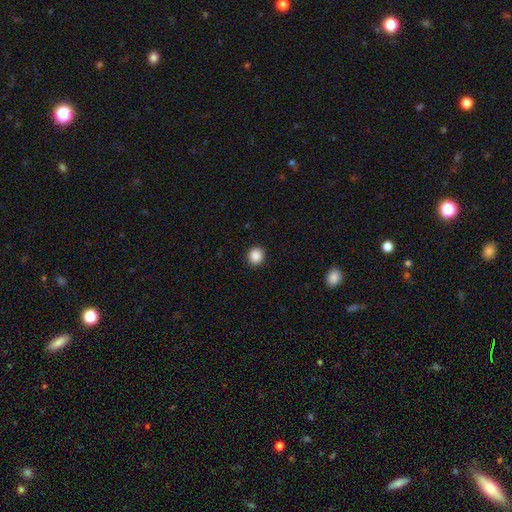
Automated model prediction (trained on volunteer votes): A smooth galaxy with no disk features (88%) that is round (92%).

Vote fractions:
- Smooth or featured? smooth: 88% / star or artifact: 10% / featured or disk: 3%
- How rounded? round: 92% / in between: 7% / cigar-shaped: 1%
- Merging? none: 92% / minor disturbance: 5% / major disturbance: 2% / merger: 1%